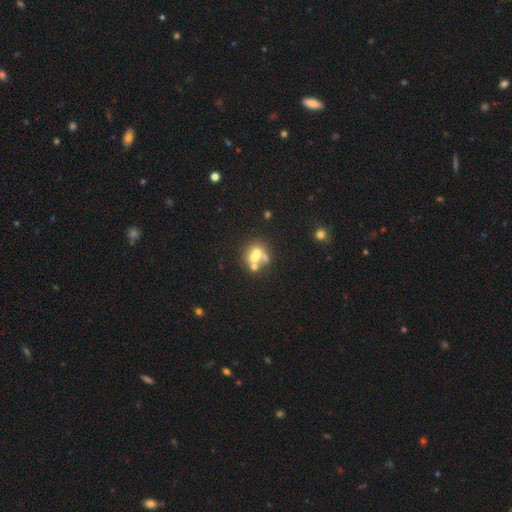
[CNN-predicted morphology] Overall: smooth (51%; featured or disk 33%). How rounded: round (68%; in between 31%). Merging: merger (52%; none 33%).